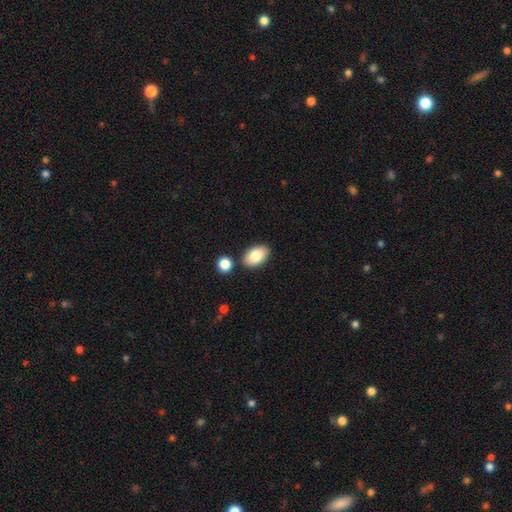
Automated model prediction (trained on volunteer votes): Smooth or featured: smooth — 83% (featured or disk — 10%)
How rounded: in between — 92% (round — 7%)
Merging: none — 83% (minor disturbance — 9%)